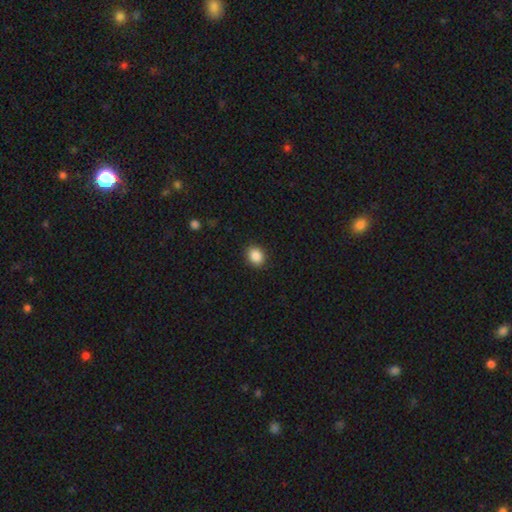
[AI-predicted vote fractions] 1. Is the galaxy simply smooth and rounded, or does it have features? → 88% smooth, 9% star or artifact, 3% featured or disk.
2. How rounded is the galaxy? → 56% round, 43% in between, 1% cigar-shaped.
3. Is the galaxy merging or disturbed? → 90% none, 7% minor disturbance, 2% major disturbance, 1% merger.